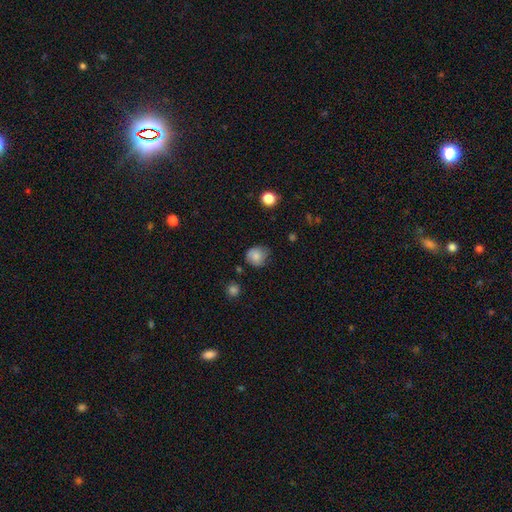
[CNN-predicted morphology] Q: Smooth or featured?
A: smooth (78%); runner-up: featured or disk (13%)
Q: How rounded?
A: round (78%); runner-up: in between (21%)
Q: Merging?
A: none (61%); runner-up: minor disturbance (30%)